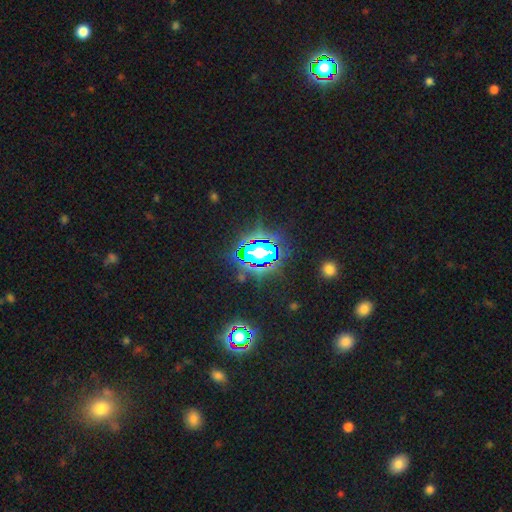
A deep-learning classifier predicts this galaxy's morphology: smooth_or_featured: star or artifact (p=0.81) [alt: smooth p=0.12]